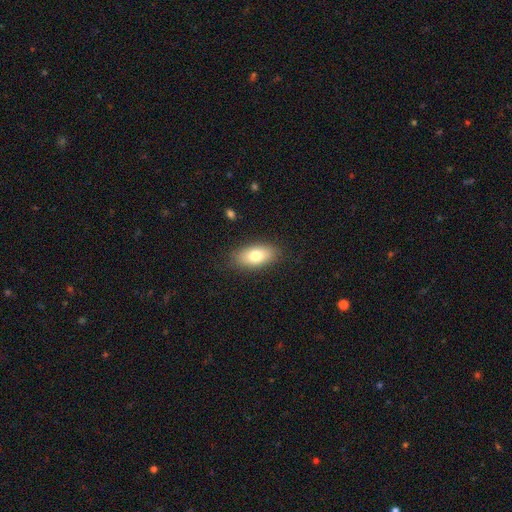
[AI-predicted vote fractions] smooth-or-featured: smooth: 79% | featured or disk: 14% | star or artifact: 7%
  how-rounded: in between: 90% | cigar-shaped: 6% | round: 4%
  merging: none: 85% | minor disturbance: 11% | major disturbance: 3% | merger: 1%